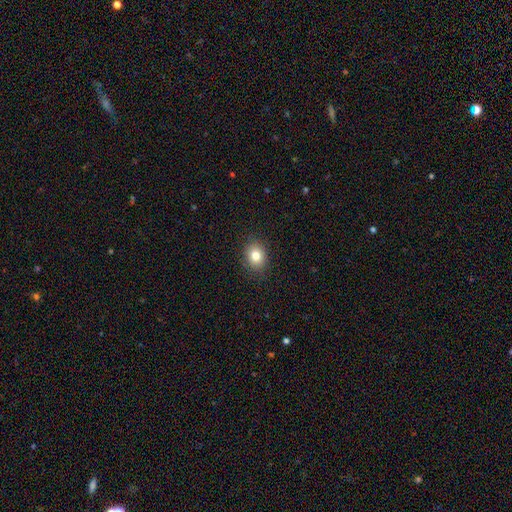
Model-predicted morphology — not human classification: smooth 81%, star or artifact 11%, featured or disk 8%. Down the decision tree: how rounded — round (57%); merging — none (89%).